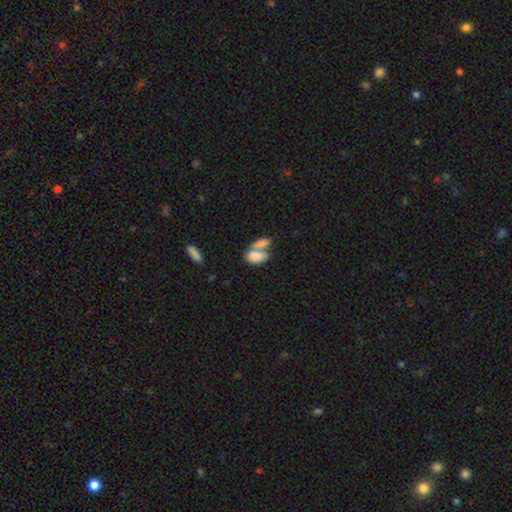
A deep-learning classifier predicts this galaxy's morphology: This is likely a smooth galaxy (79%). How rounded: clearly in between (90%). Merging: likely merger (67%).